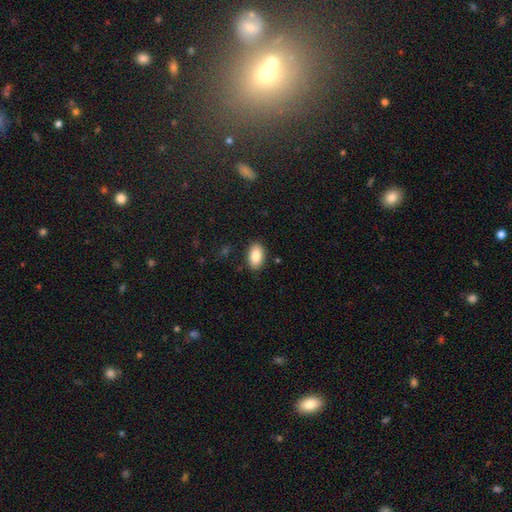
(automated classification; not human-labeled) smooth_or_featured: smooth (p=0.86) [alt: star or artifact p=0.07]
how_rounded: in between (p=0.93) [alt: round p=0.06]
merging: none (p=0.87) [alt: minor disturbance p=0.09]